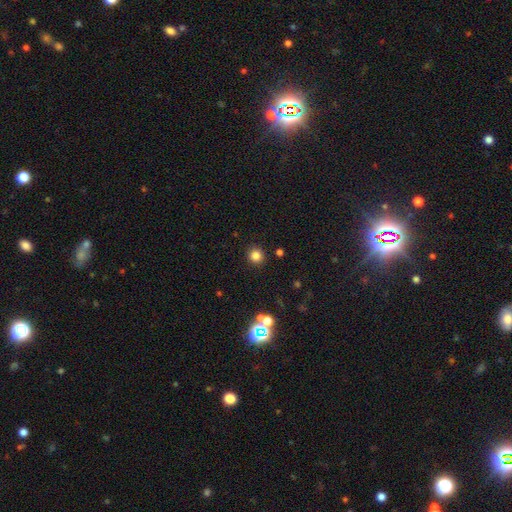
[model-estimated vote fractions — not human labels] A smooth galaxy with no disk features (80%) that is round (93%). Merging: none (90%).